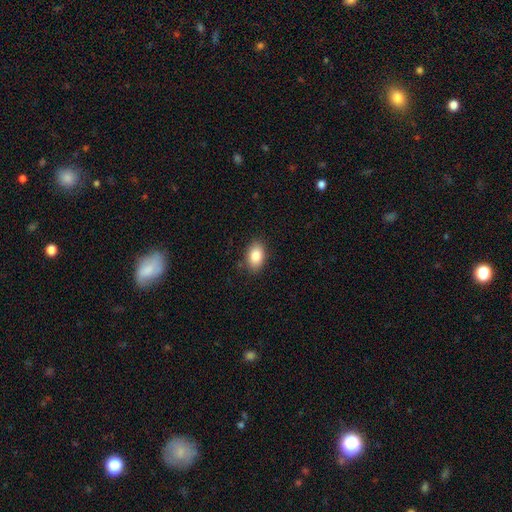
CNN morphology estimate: The model was most divided on "how rounded": in between: 87%, round: 12%, cigar-shaped: 1%. More confident: merging — none (86%); smooth or featured — smooth (85%).